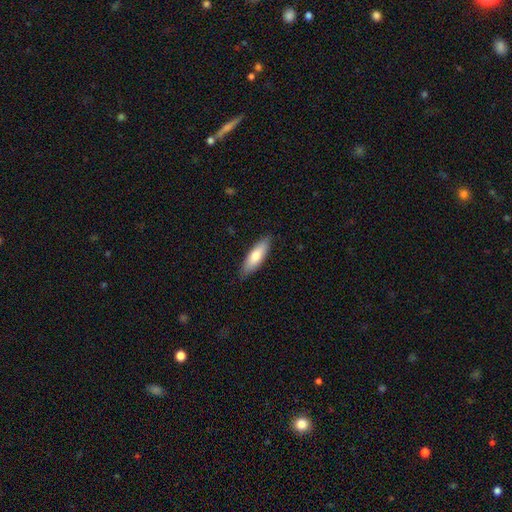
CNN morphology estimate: Smooth or featured? smooth (72%)
How rounded? in between (53%)
Merging? none (86%)